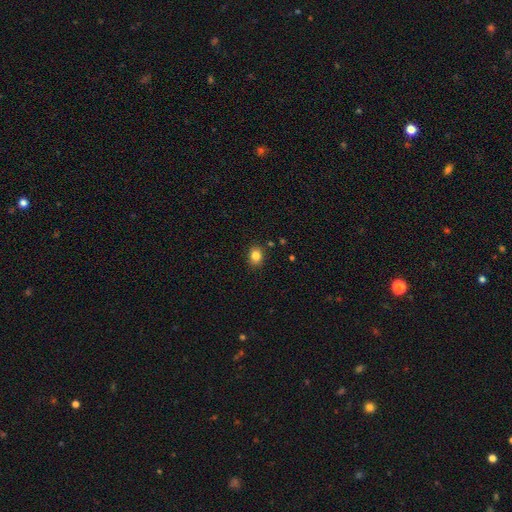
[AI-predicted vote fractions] This appears to be a smooth galaxy with no disk features (84%) that is round (50%). Merging: none (86%).